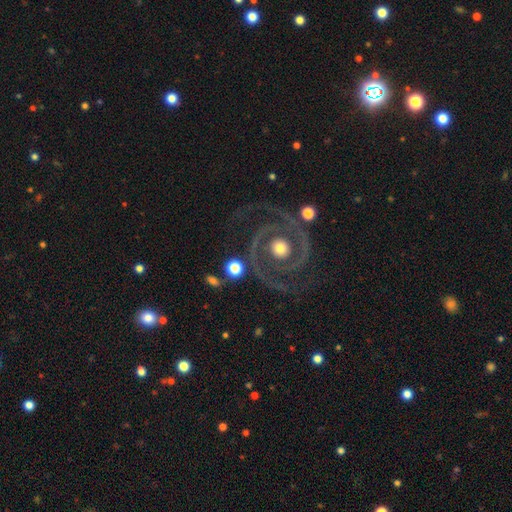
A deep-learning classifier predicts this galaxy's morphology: smooth-or-featured: featured or disk: 81% | star or artifact: 11% | smooth: 8%
  disk-edge-on: no: 97% | yes: 3%
    bar: no: 64% | weak: 25% | strong: 11%
    has-spiral-arms: yes: 90% | no: 10%
      spiral-winding: tight: 51% | medium: 38% | loose: 11%
      spiral-arm-count: 2: 66% | can't tell: 11% | 3: 8% | 1: 6% | 4: 4% | more than 4: 4%
    bulge-size: moderate: 64% | small: 22% | large: 9% | dominant: 2% | none: 2%
  merging: none: 70% | minor disturbance: 13% | major disturbance: 10% | merger: 7%